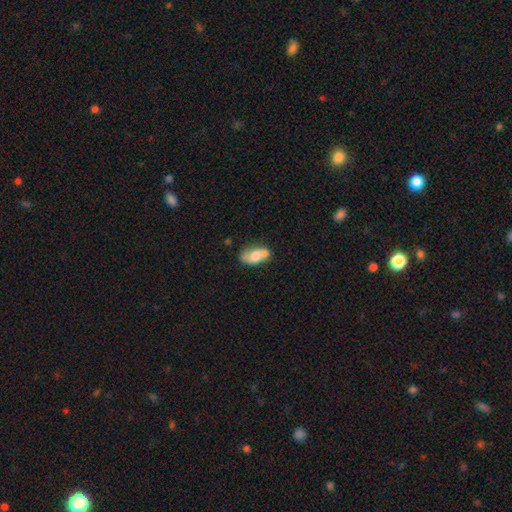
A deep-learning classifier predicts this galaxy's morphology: This is likely a smooth galaxy (60%). How rounded: clearly in between (87%). Merging: marginally none (42%).